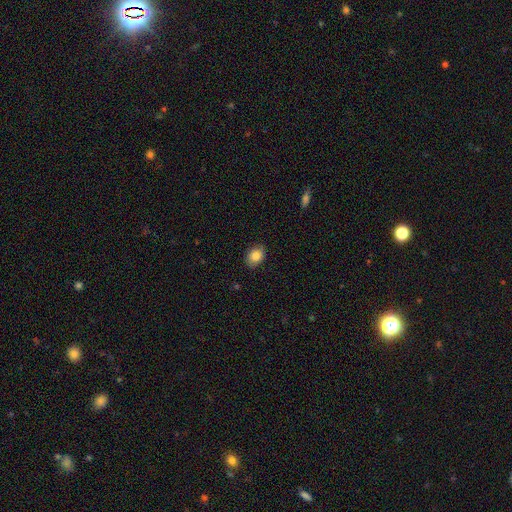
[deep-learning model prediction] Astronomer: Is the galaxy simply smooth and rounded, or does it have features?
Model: smooth — 86%.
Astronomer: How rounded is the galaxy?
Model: in between — 72%.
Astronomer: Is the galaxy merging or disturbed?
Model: none — 85%.